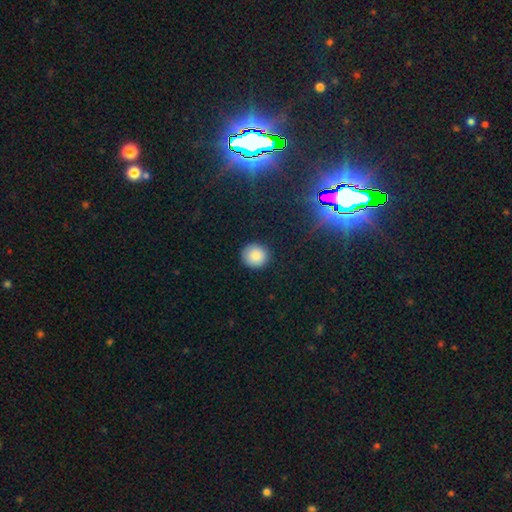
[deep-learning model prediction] A smooth galaxy with no disk features (85%) that is round (91%). Merging: none (90%).